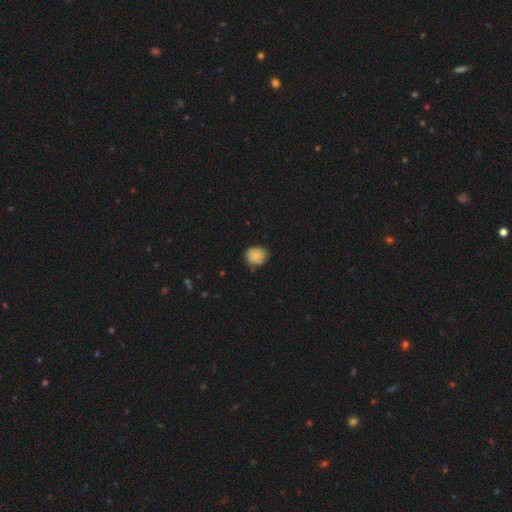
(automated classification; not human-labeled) Smooth or featured? smooth (78%)
How rounded? round (82%)
Merging? none (75%)